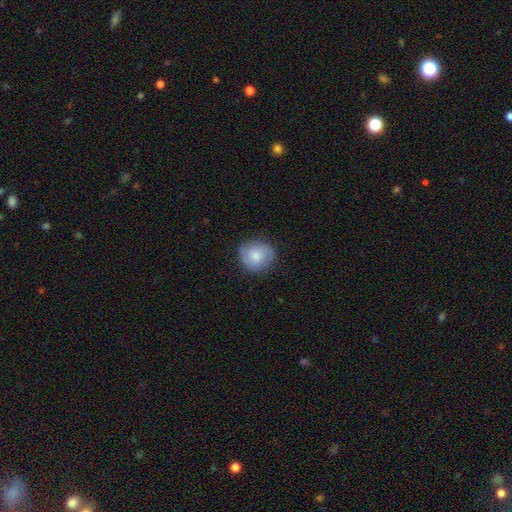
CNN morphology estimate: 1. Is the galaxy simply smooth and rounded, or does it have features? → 73% smooth, 20% featured or disk, 7% star or artifact.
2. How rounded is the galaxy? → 81% round, 18% in between, 1% cigar-shaped.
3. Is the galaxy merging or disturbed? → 80% none, 15% minor disturbance, 4% major disturbance, 1% merger.